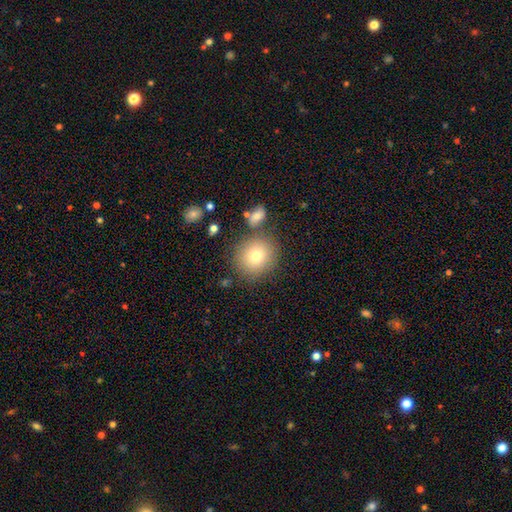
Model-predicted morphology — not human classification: Smooth or featured? Predicted: smooth (p=0.75). How rounded? Predicted: round (p=0.89). Merging? Predicted: none (p=0.77).